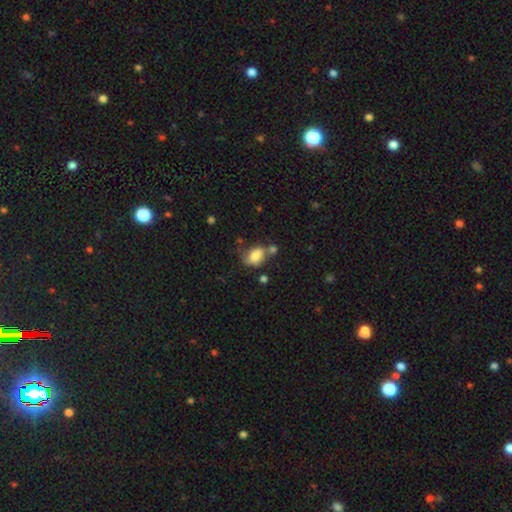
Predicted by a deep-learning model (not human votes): Q: Smooth or featured?
A: smooth (78%); runner-up: featured or disk (13%)
Q: How rounded?
A: in between (81%); runner-up: round (18%)
Q: Merging?
A: none (42%); runner-up: minor disturbance (24%)